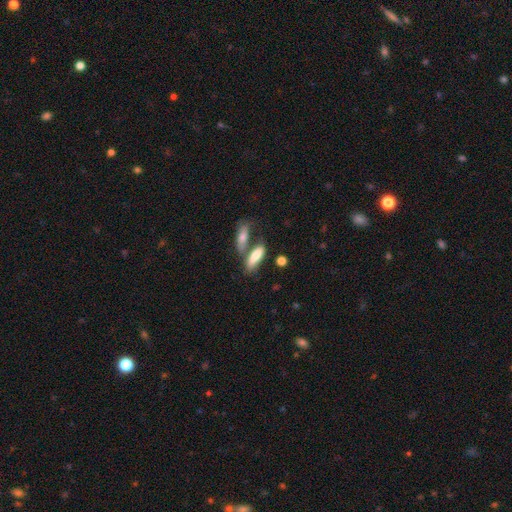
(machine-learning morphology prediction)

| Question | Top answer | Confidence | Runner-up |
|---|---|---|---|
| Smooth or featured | smooth | 76% | featured or disk (17%) |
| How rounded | in between | 56% | cigar-shaped (41%) |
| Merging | none | 44% | merger (37%) |